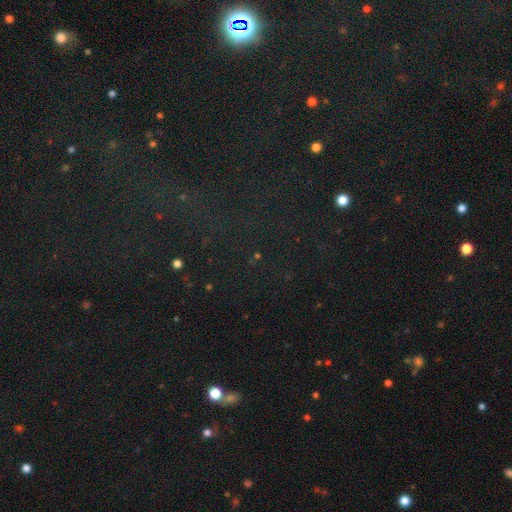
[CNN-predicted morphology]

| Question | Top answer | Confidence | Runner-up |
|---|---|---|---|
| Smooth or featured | star or artifact | 75% | smooth (16%) |